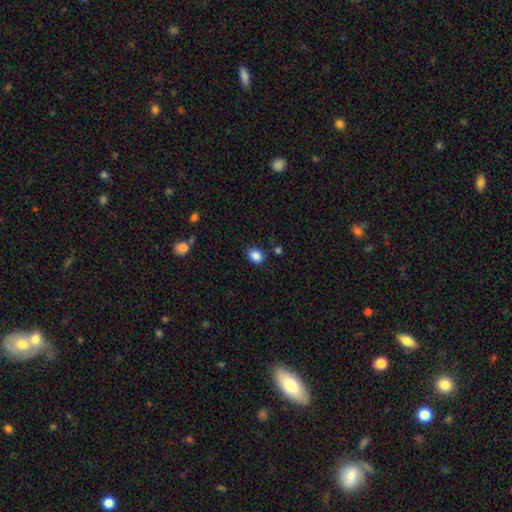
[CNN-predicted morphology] Smooth or featured? Predicted: smooth (p=0.87). How rounded? Predicted: in between (p=0.59). Merging? Predicted: none (p=0.81).